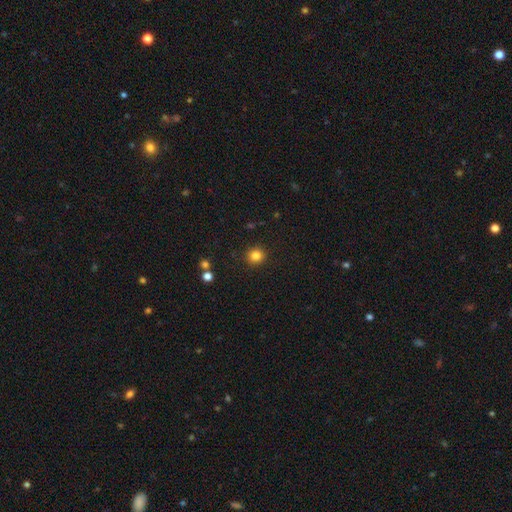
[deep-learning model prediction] This appears to be a smooth galaxy with no disk features (83%) that is round (91%). Merging: none (91%).